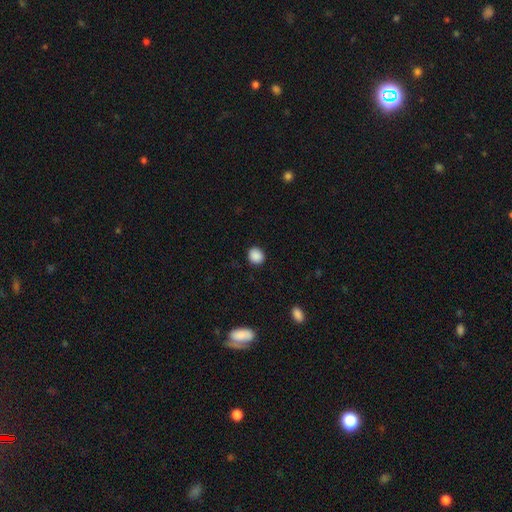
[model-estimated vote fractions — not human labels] smooth_or_featured: smooth (p=0.88) [alt: star or artifact p=0.09]
how_rounded: round (p=0.76) [alt: in between p=0.23]
merging: none (p=0.90) [alt: minor disturbance p=0.07]